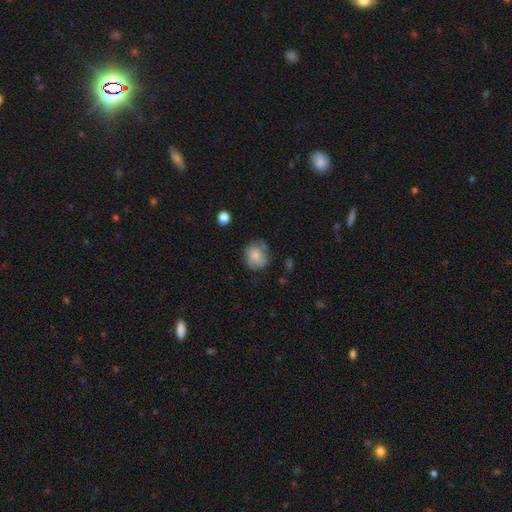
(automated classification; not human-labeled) Overall: smooth (71%). How rounded: round (82%). Merging: none (65%).